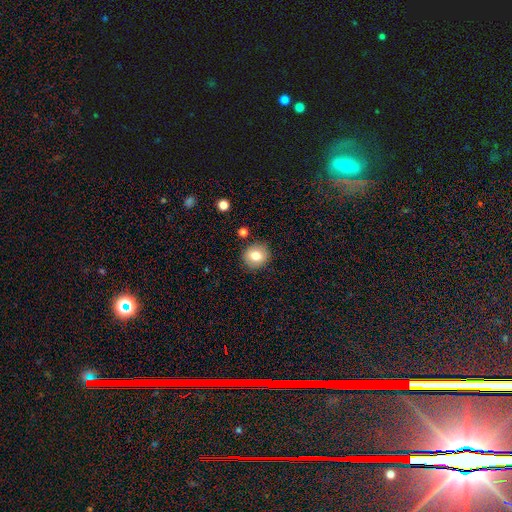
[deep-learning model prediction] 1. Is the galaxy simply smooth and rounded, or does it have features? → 79% smooth, 11% featured or disk, 10% star or artifact.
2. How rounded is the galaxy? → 85% round, 14% in between, 1% cigar-shaped.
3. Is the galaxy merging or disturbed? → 87% none, 8% minor disturbance, 2% merger, 2% major disturbance.